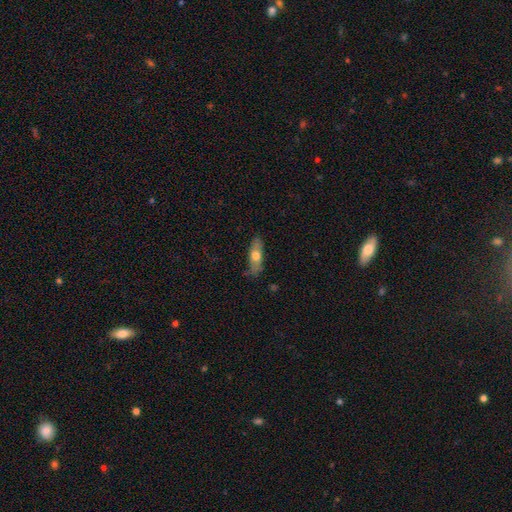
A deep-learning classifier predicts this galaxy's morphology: smooth_or_featured: smooth (p=0.61) [alt: featured or disk p=0.32]
how_rounded: in between (p=0.53) [alt: cigar-shaped p=0.44]
merging: none (p=0.75) [alt: minor disturbance p=0.19]